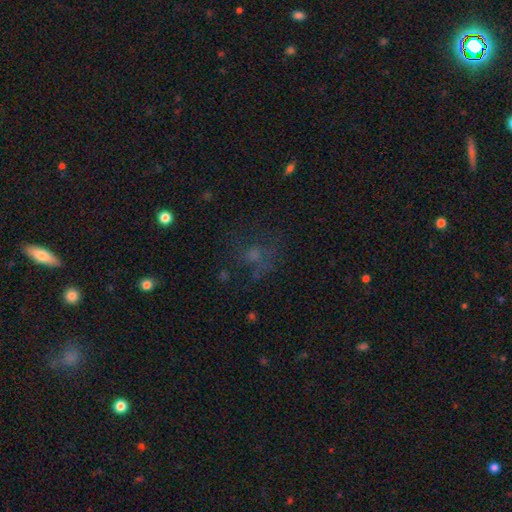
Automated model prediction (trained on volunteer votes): A smooth galaxy with no disk features (41%).

Vote fractions:
- Smooth or featured? smooth: 41% / star or artifact: 32% / featured or disk: 27%
- Merging? none: 54% / major disturbance: 25% / minor disturbance: 17% / merger: 3%